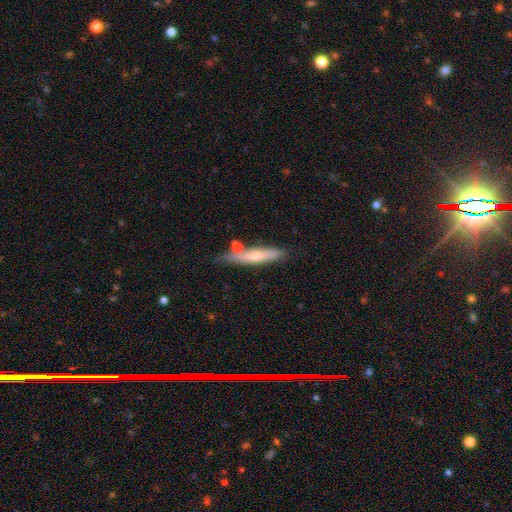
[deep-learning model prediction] The model was most divided on "smooth or featured": smooth: 57%, featured or disk: 37%, star or artifact: 6%. More confident: how rounded — cigar-shaped (87%); merging — none (66%).